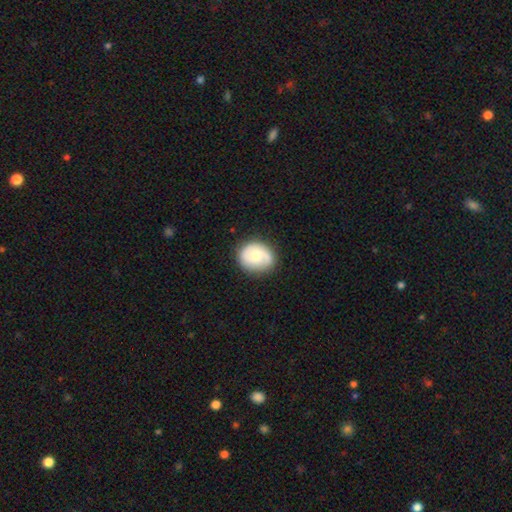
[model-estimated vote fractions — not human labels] smooth-or-featured: featured or disk: 48% | smooth: 45% | star or artifact: 7%
  merging: none: 79% | minor disturbance: 16% | major disturbance: 4% | merger: 1%